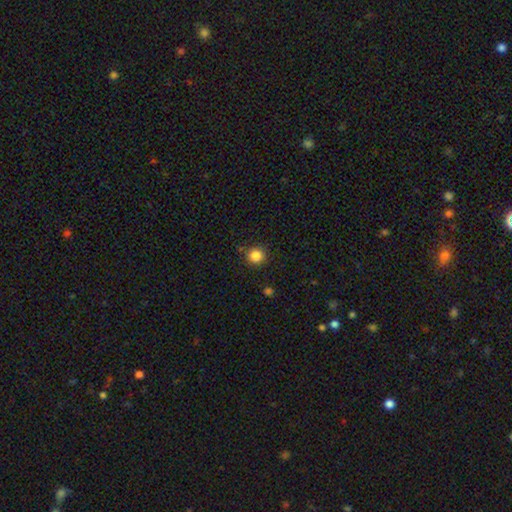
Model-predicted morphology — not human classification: Smooth or featured: smooth — 85% (star or artifact — 11%)
How rounded: round — 93% (in between — 6%)
Merging: none — 88% (minor disturbance — 8%)